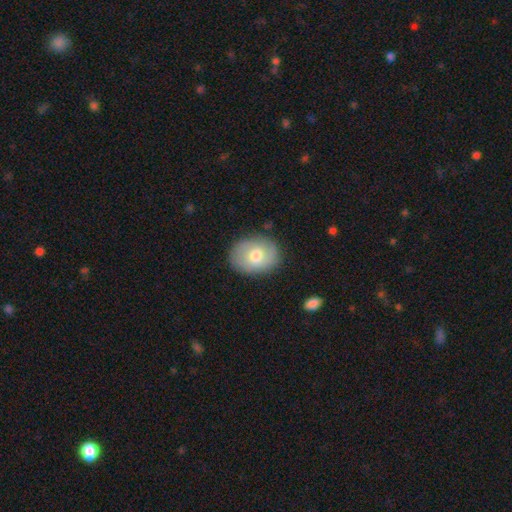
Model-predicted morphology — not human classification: Smooth or featured?
  - smooth: 59% *
  - featured or disk: 34%
  - star or artifact: 7%
How rounded?
  - in between: 61% *
  - round: 38%
  - cigar-shaped: 1%
Merging?
  - none: 81% *
  - minor disturbance: 14%
  - major disturbance: 4%
  - merger: 1%